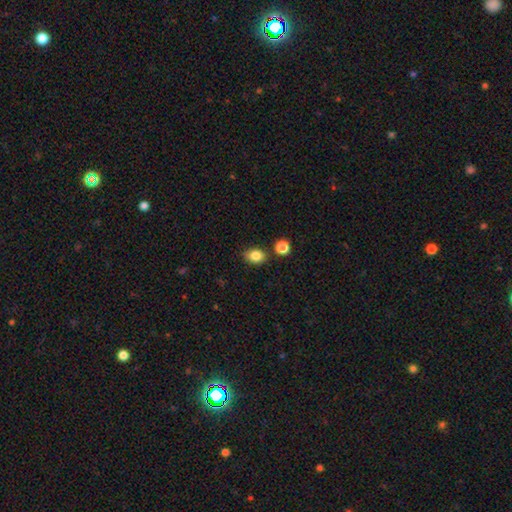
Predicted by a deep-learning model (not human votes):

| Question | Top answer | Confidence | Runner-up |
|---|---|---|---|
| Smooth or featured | smooth | 84% | star or artifact (10%) |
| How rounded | in between | 68% | round (30%) |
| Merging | none | 79% | minor disturbance (12%) |